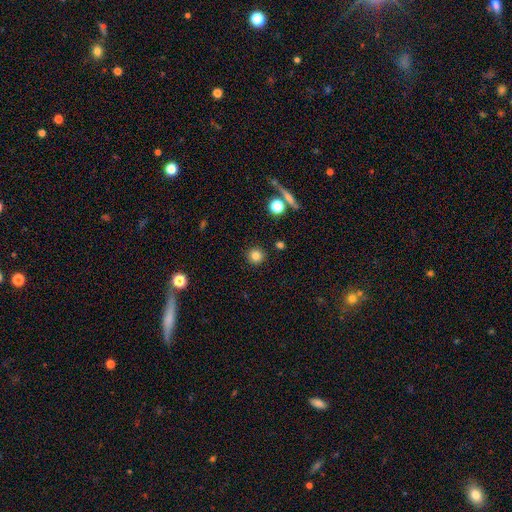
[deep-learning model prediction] smooth-or-featured: smooth: 82% | star or artifact: 13% | featured or disk: 6%
  how-rounded: round: 94% | in between: 5% | cigar-shaped: 1%
  merging: none: 90% | minor disturbance: 5% | merger: 2% | major disturbance: 2%